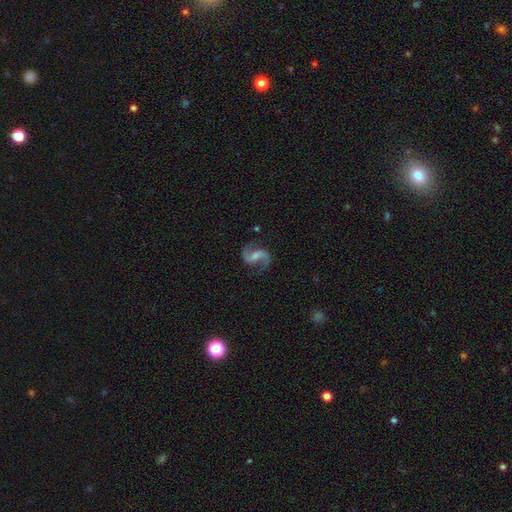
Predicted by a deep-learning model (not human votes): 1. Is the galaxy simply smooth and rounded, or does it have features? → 89% featured or disk, 6% smooth, 5% star or artifact.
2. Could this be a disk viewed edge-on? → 98% no, 2% yes.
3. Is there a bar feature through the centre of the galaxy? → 47% weak, 27% no, 26% strong.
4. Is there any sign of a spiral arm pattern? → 98% yes, 2% no.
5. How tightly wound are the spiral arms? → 49% loose, 44% medium, 8% tight.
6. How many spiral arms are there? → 94% 2, 2% 1, 2% can't tell, 1% 3, 1% 4, 1% more than 4.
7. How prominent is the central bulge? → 33% small (tied), 33% none (tied), 27% moderate, 6% large, 1% dominant.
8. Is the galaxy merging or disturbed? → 78% none, 13% minor disturbance, 7% major disturbance, 2% merger.